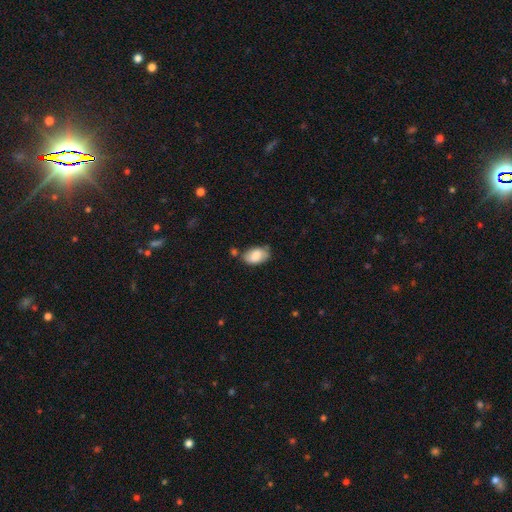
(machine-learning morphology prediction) This appears to be a smooth galaxy with no disk features (80%) that is in between round and cigar-shaped (93%). Merging: none (64%).